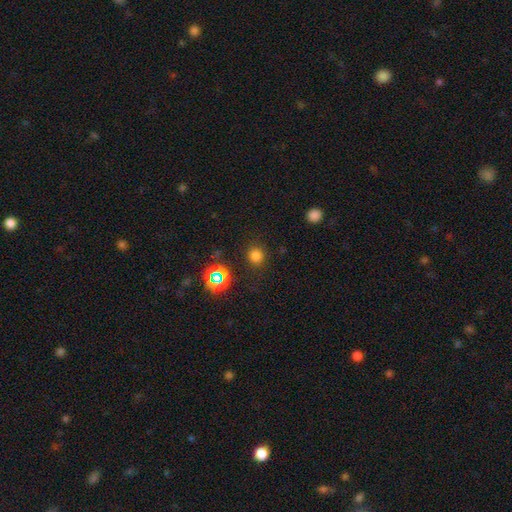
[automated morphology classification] Smooth or featured?
  - smooth: 74% *
  - star or artifact: 21%
  - featured or disk: 5%
How rounded?
  - round: 87% *
  - in between: 12%
  - cigar-shaped: 1%
Merging?
  - none: 86% *
  - minor disturbance: 8%
  - major disturbance: 4%
  - merger: 2%